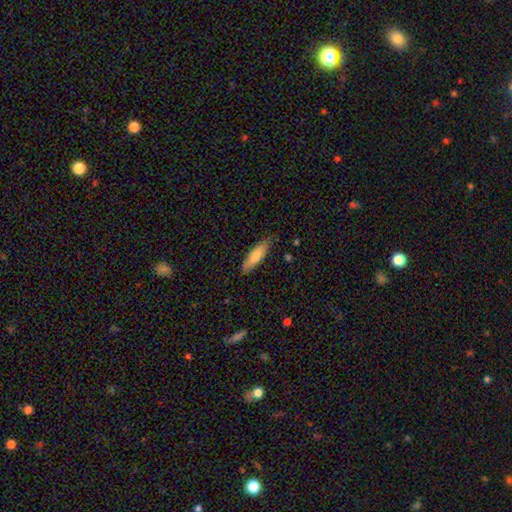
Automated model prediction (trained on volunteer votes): A smooth galaxy with no disk features (72%) that is cigar-shaped (62%). Merging: none (81%).